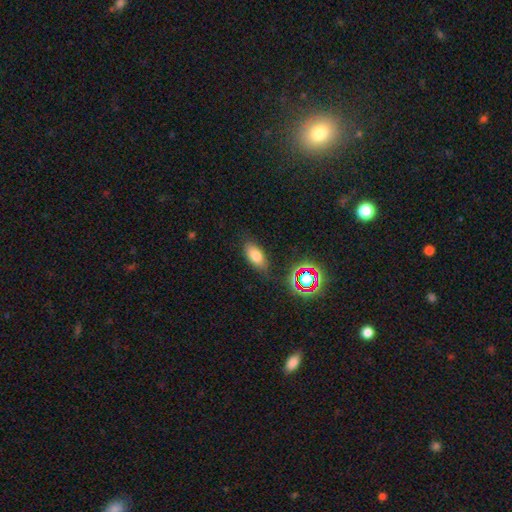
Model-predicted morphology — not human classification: Q: Smooth or featured?
A: smooth (74%); runner-up: star or artifact (14%)
Q: How rounded?
A: in between (85%); runner-up: cigar-shaped (9%)
Q: Merging?
A: none (80%); runner-up: minor disturbance (14%)